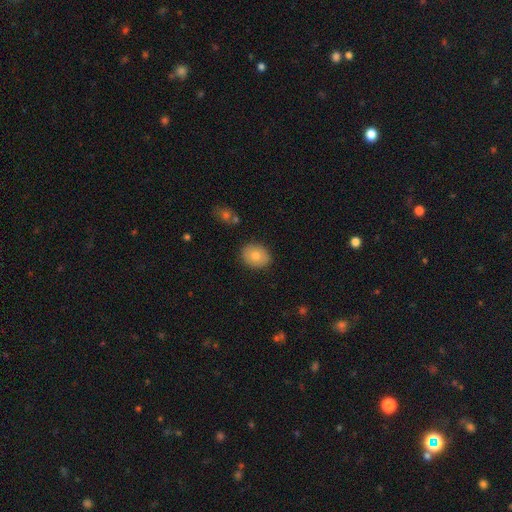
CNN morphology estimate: Q: Smooth or featured?
A: smooth (78%); runner-up: featured or disk (14%)
Q: How rounded?
A: in between (50%); runner-up: round (49%)
Q: Merging?
A: none (87%); runner-up: minor disturbance (10%)